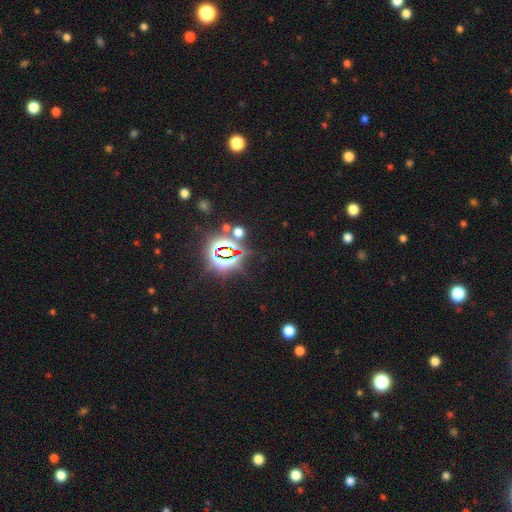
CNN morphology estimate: Smooth or featured? Predicted: star or artifact (p=0.82).